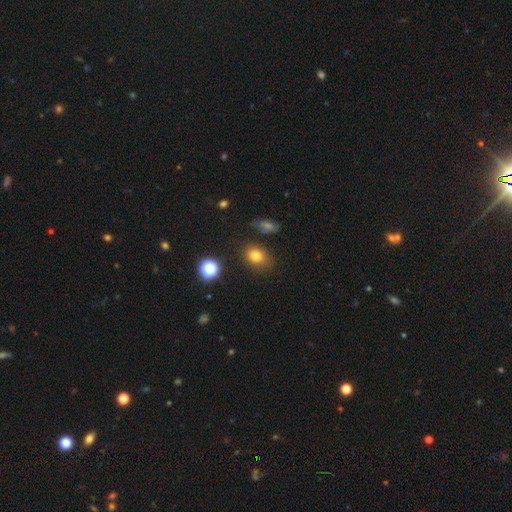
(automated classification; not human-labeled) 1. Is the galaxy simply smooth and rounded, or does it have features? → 78% smooth, 14% star or artifact, 8% featured or disk.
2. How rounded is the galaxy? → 54% in between, 45% round, 1% cigar-shaped.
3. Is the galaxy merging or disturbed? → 80% none, 13% minor disturbance, 4% major disturbance, 3% merger.